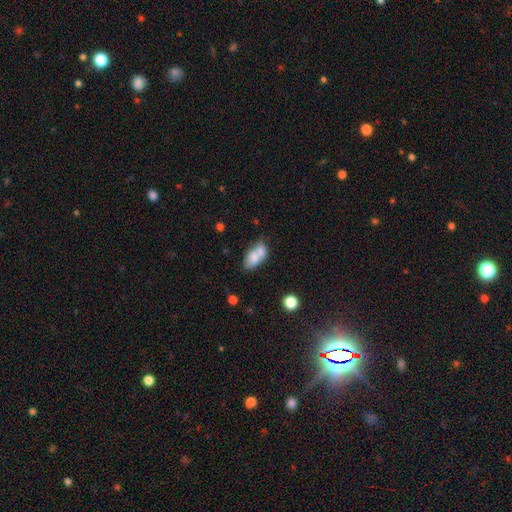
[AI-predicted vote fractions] smooth-or-featured: smooth: 72% | featured or disk: 20% | star or artifact: 8%
  how-rounded: in between: 88% | round: 8% | cigar-shaped: 4%
  merging: merger: 49% | none: 31% | minor disturbance: 14% | major disturbance: 6%